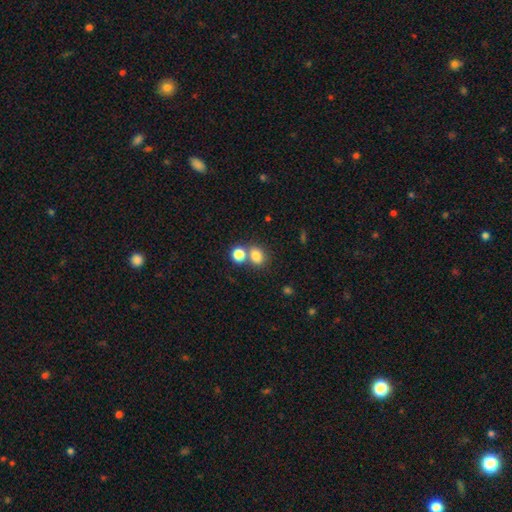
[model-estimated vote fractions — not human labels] Smooth or featured: smooth — 80% (star or artifact — 12%)
How rounded: round — 59% (in between — 40%)
Merging: none — 52% (merger — 35%)